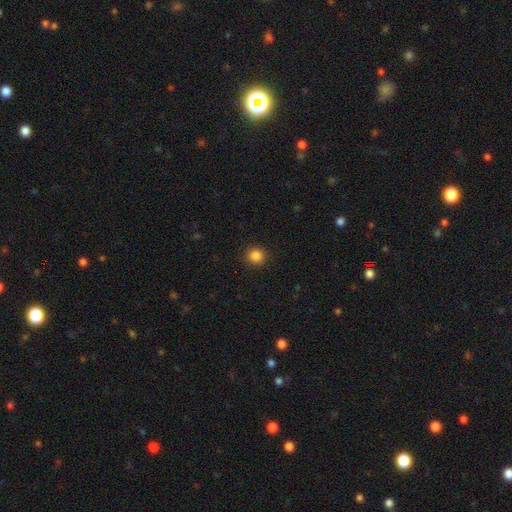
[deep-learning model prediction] Q: Smooth or featured?
A: smooth (86%); runner-up: star or artifact (11%)
Q: How rounded?
A: round (92%); runner-up: in between (7%)
Q: Merging?
A: none (91%); runner-up: minor disturbance (6%)